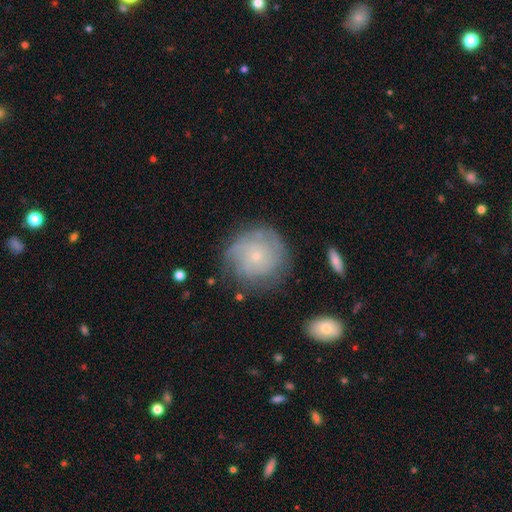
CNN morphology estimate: This appears to be a featured or disk galaxy (54%) with no bar (84%), spiral arms (81%) and a small central bulge (82%). Merging: none (71%).